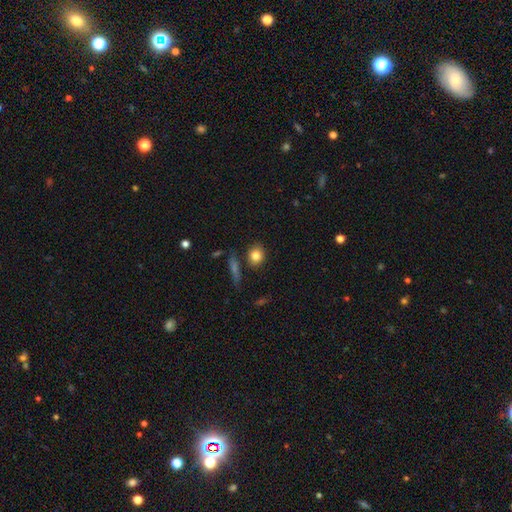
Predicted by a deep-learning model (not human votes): smooth_or_featured: smooth (p=0.82) [alt: star or artifact p=0.09]
how_rounded: round (p=0.67) [alt: in between p=0.31]
merging: none (p=0.79) [alt: minor disturbance p=0.11]